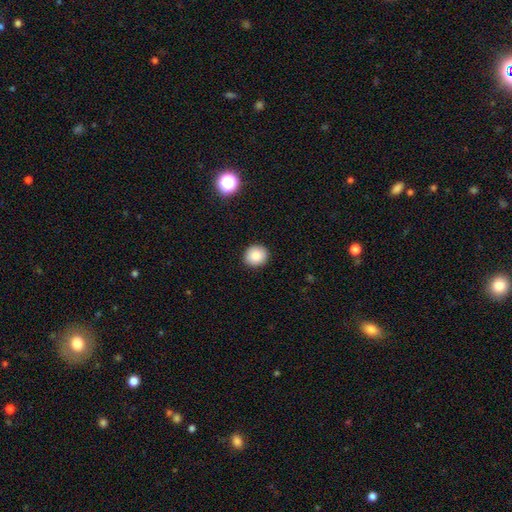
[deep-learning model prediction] Smooth or featured? smooth (86%)
How rounded? round (84%)
Merging? none (91%)